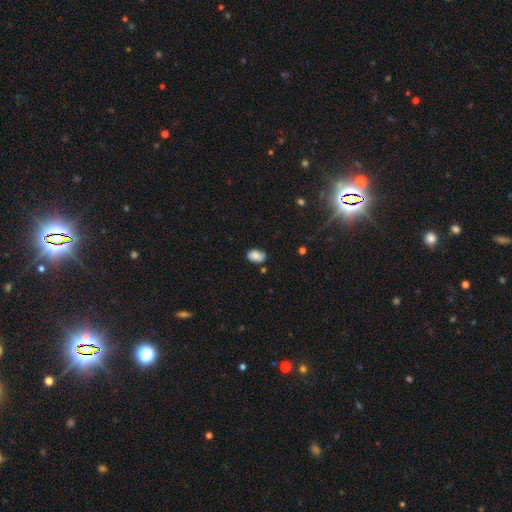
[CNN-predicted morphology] type=smooth (82%); roundness=in between (87%); merging=none (71%).